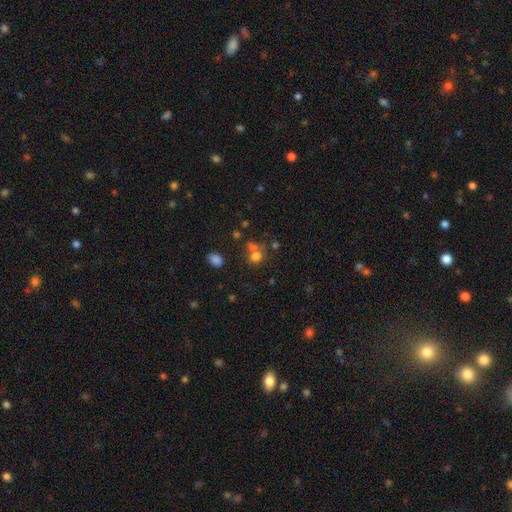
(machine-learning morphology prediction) This appears to be a smooth galaxy with no disk features (71%) that is round (69%). Merging: none (48%).